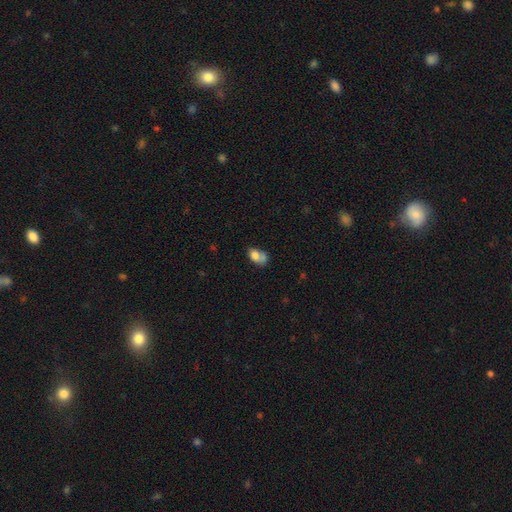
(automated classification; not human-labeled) This appears to be a smooth galaxy with no disk features (72%) that is in between round and cigar-shaped (81%). Merging: merger (37%).